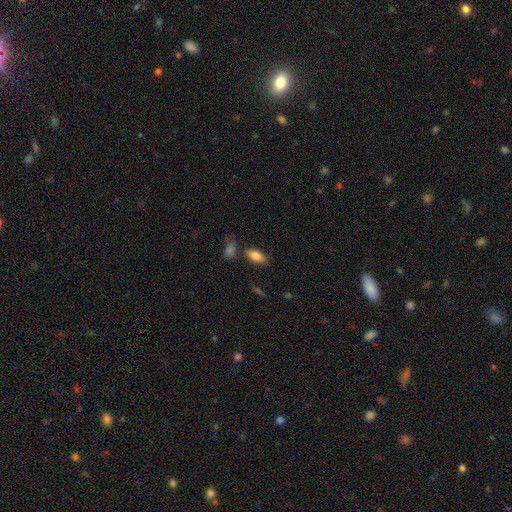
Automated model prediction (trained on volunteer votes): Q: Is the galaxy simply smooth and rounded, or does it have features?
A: smooth — 81%.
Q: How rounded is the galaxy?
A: in between — 87%.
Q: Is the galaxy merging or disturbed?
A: none — 74%.